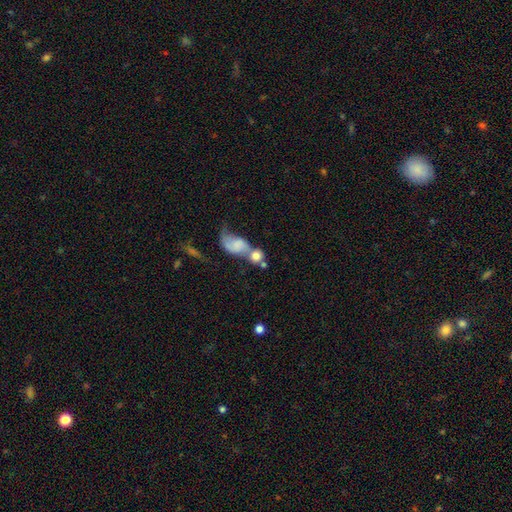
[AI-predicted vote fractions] Smooth or featured? Predicted: smooth (p=0.72). How rounded? Predicted: round (p=0.67). Merging? Predicted: merger (p=0.63).